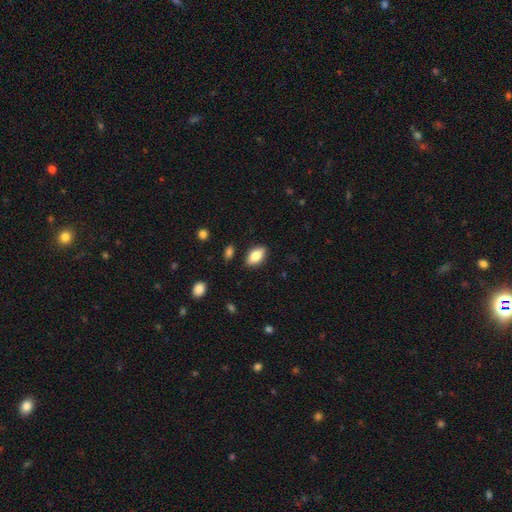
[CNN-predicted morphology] Smooth or featured? Predicted: smooth (p=0.78). How rounded? Predicted: in between (p=0.90). Merging? Predicted: none (p=0.85).